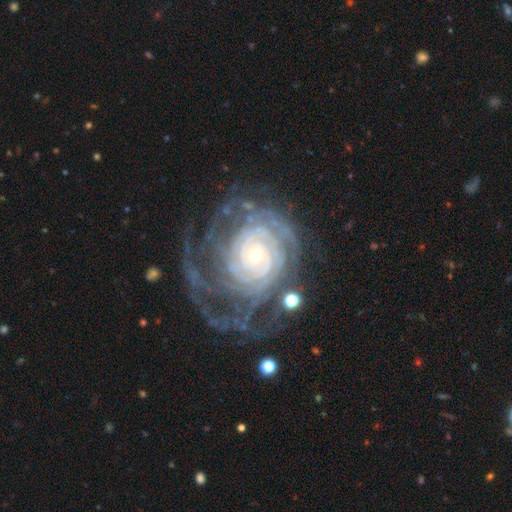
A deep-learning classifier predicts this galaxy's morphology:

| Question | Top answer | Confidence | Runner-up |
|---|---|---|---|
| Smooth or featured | featured or disk | 91% | star or artifact (5%) |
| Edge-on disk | no | 97% | yes (3%) |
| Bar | no | 74% | weak (17%) |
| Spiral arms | yes | 98% | no (2%) |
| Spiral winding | tight | 84% | medium (14%) |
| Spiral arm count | can't tell | 25% | more than 4 (20%) |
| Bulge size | small | 66% | moderate (30%) |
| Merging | none | 59% | minor disturbance (19%) |